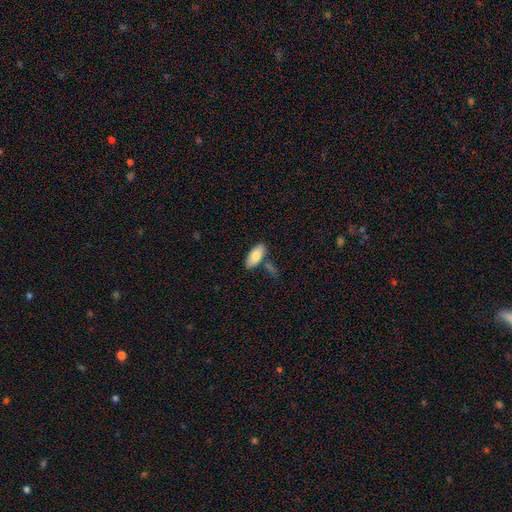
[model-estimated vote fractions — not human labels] This appears to be a smooth galaxy with no disk features (80%) that is in between round and cigar-shaped (87%). Merging: none (73%).